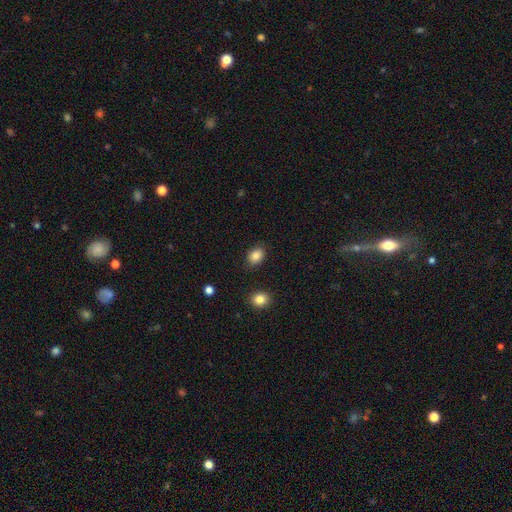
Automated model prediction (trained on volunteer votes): smooth-or-featured: smooth: 86% | star or artifact: 9% | featured or disk: 5%
  how-rounded: in between: 62% | round: 37% | cigar-shaped: 1%
  merging: none: 86% | minor disturbance: 9% | major disturbance: 3% | merger: 2%